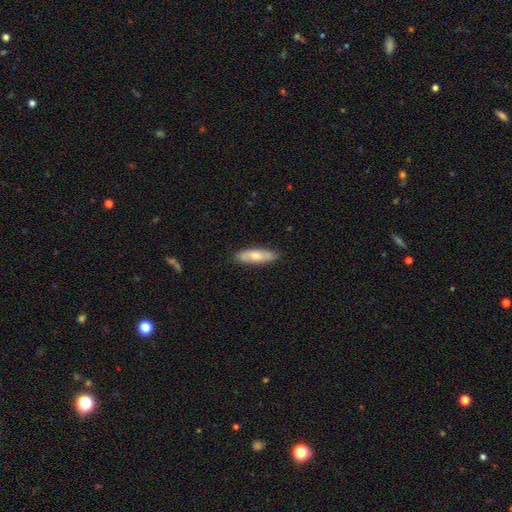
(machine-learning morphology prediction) Smooth or featured? Predicted: smooth (p=0.69). How rounded? Predicted: cigar-shaped (p=0.52). Merging? Predicted: none (p=0.84).